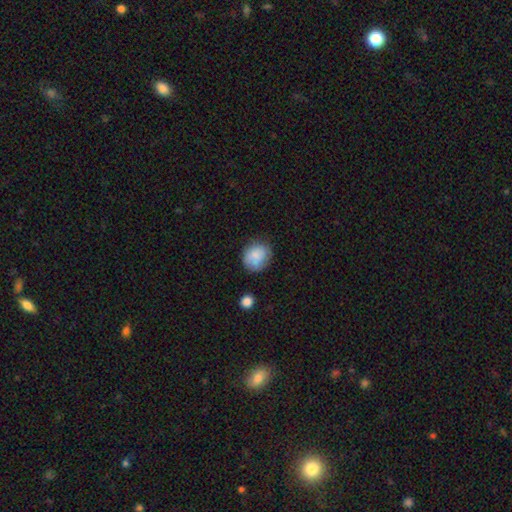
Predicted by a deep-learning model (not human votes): The model was most divided on "how rounded": round: 70%, in between: 29%, cigar-shaped: 1%. More confident: smooth or featured — smooth (83%); merging — none (71%).